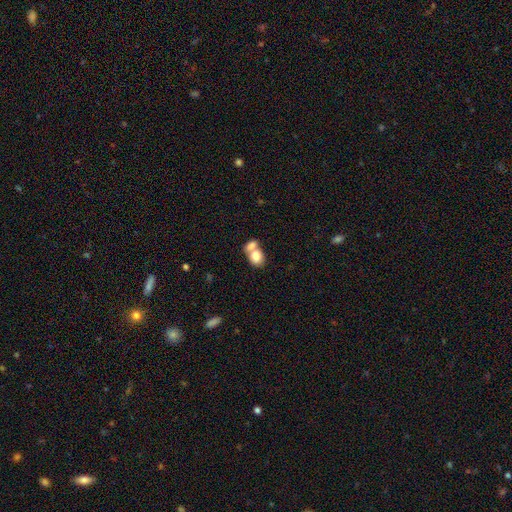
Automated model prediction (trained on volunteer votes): A smooth galaxy with no disk features (78%) that is in between round and cigar-shaped (62%).

Vote fractions:
- Smooth or featured? smooth: 78% / featured or disk: 14% / star or artifact: 8%
- How rounded? in between: 62% / round: 37% / cigar-shaped: 1%
- Merging? merger: 65% / none: 24% / minor disturbance: 7% / major disturbance: 3%